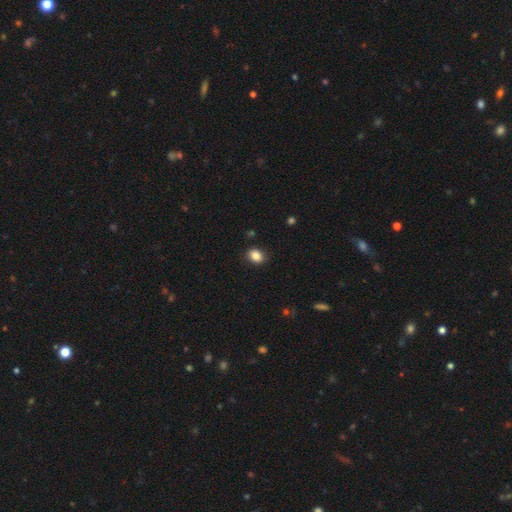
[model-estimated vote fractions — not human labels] The model was most divided on "how rounded": in between: 63%, round: 36%, cigar-shaped: 1%. More confident: smooth or featured — smooth (86%); merging — none (86%).